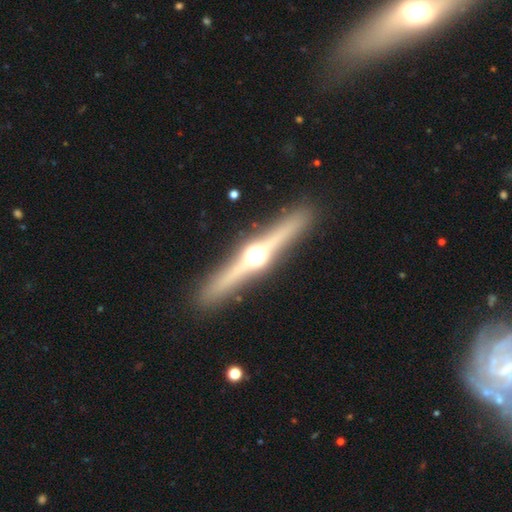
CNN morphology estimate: Overall: featured or disk (77%). Edge-on disk: yes (97%). Edge-on bulge: rounded (96%). Merging: none (90%).